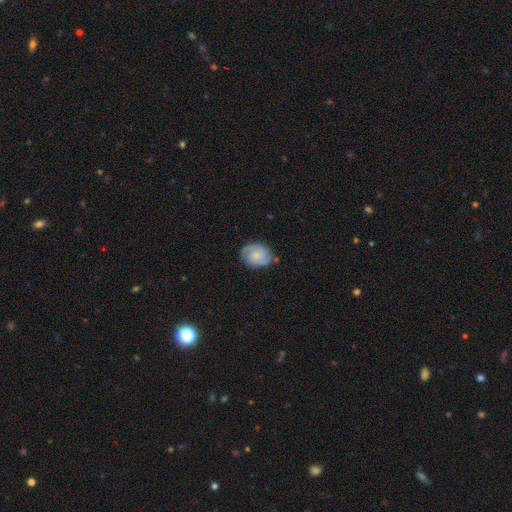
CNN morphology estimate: featured or disk 60%, smooth 33%, star or artifact 7%. Down the decision tree: edge-on disk — no (97%); bar — no (65%); spiral arms — yes (91%); spiral arm count — 2 (70%); spiral winding — medium (43%, tied with tight); bulge size — small (55%); merging — none (74%).